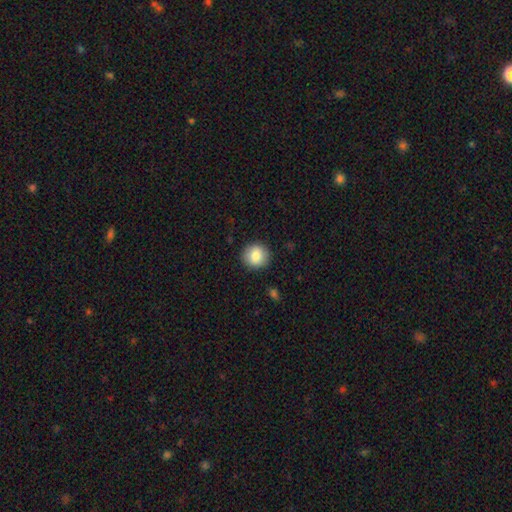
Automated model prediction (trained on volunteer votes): Smooth or featured? smooth (83%)
How rounded? round (90%)
Merging? none (91%)